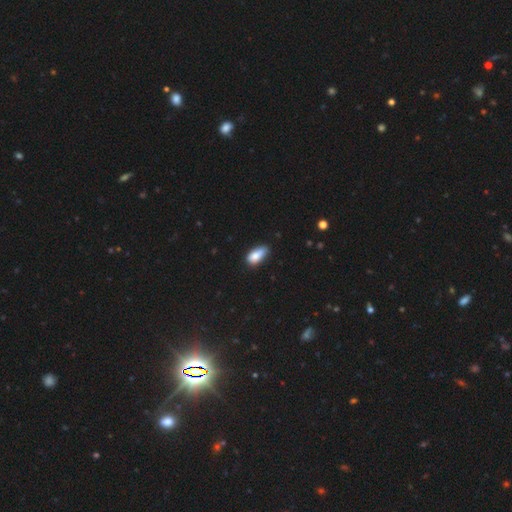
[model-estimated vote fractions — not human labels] A smooth galaxy with no disk features (84%) that is in between round and cigar-shaped (87%).

Vote fractions:
- Smooth or featured? smooth: 84% / featured or disk: 9% / star or artifact: 8%
- How rounded? in between: 87% / cigar-shaped: 11% / round: 3%
- Merging? none: 58% / minor disturbance: 33% / major disturbance: 6% / merger: 3%